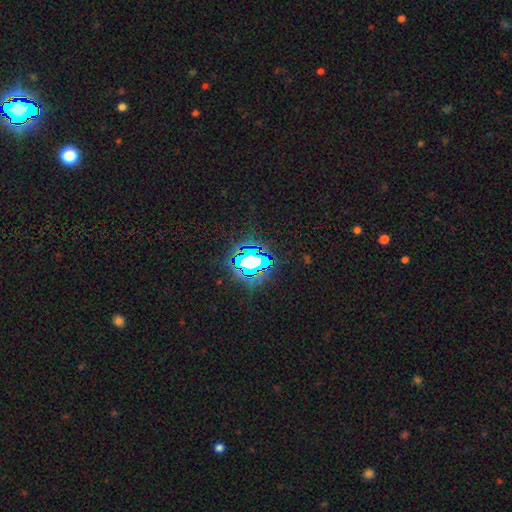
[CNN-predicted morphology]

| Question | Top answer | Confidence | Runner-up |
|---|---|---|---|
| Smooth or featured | star or artifact | 66% | smooth (21%) |